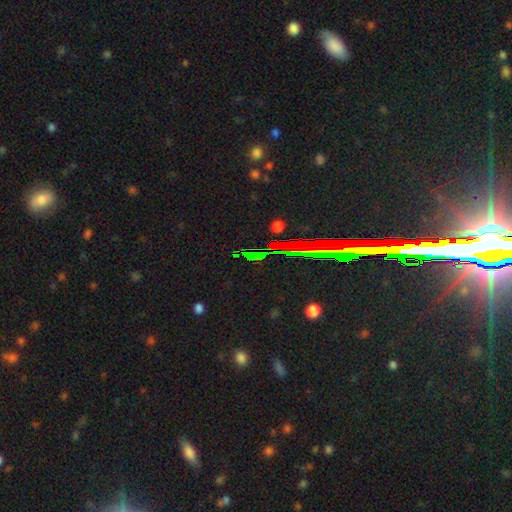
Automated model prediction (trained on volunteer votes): smooth-or-featured: star or artifact: 75% | smooth: 15% | featured or disk: 9%